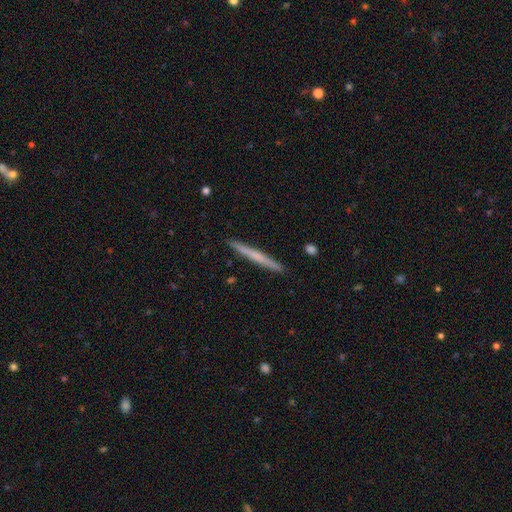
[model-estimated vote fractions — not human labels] Smooth or featured: smooth — 50% (featured or disk — 44%)
How rounded: cigar-shaped — 97% (in between — 2%)
Merging: none — 92% (minor disturbance — 5%)